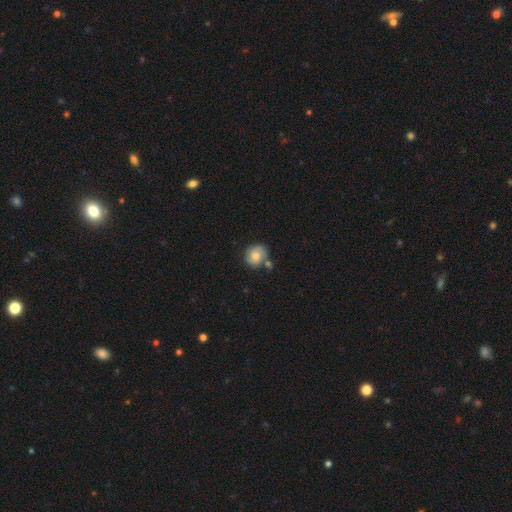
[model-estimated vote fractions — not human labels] The model was most divided on "smooth or featured": smooth: 64%, featured or disk: 27%, star or artifact: 8%. More confident: how rounded — round (82%); merging — none (59%).